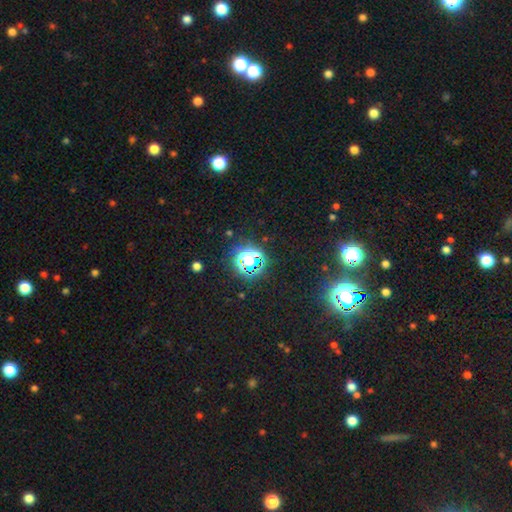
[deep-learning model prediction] The model was most divided on "smooth or featured": star or artifact: 64%, smooth: 26%, featured or disk: 10%.